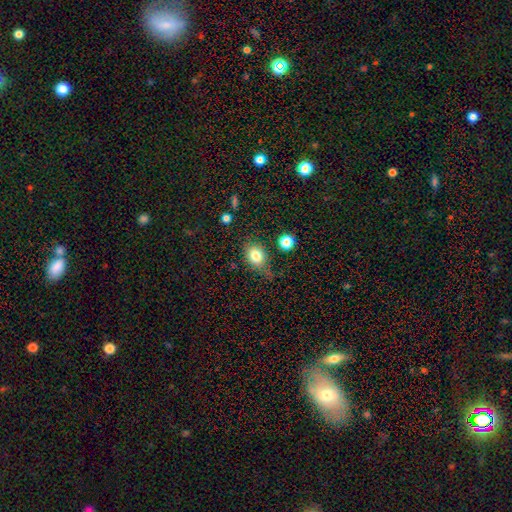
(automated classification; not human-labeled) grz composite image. It shows a smooth galaxy with no disk features (79%) that is in between round and cigar-shaped (61%). Merging: none (59%).